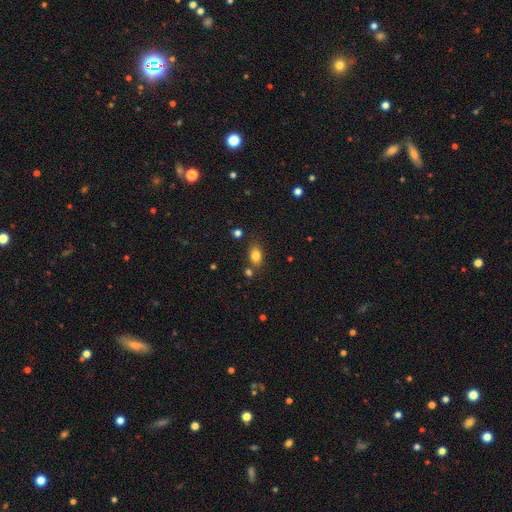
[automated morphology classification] Smooth or featured? Predicted: smooth (p=0.82). How rounded? Predicted: in between (p=0.82). Merging? Predicted: none (p=0.73).